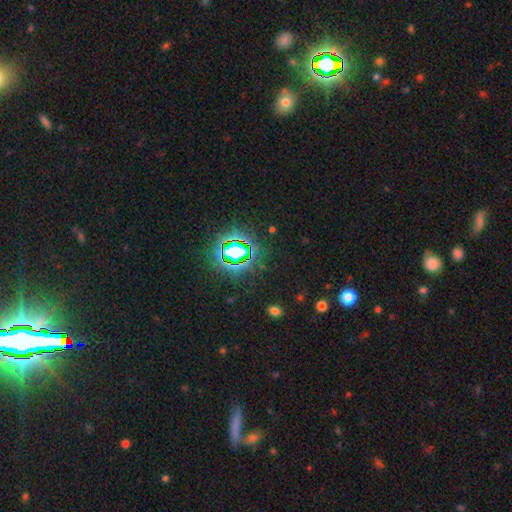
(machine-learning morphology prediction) Smooth or featured?
  - star or artifact: 78% *
  - smooth: 13%
  - featured or disk: 8%